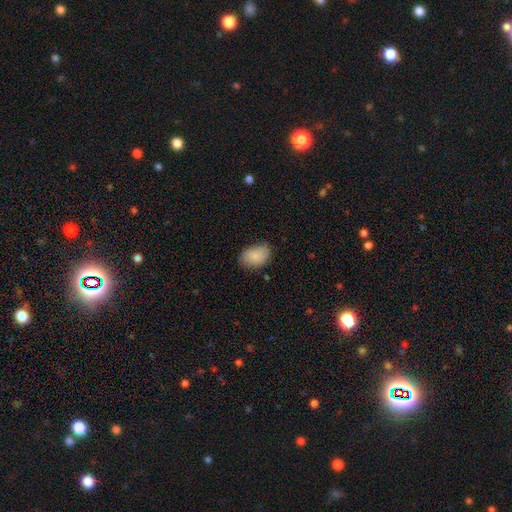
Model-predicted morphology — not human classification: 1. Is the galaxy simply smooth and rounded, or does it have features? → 85% smooth, 9% featured or disk, 7% star or artifact.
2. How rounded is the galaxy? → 86% in between, 12% round, 1% cigar-shaped.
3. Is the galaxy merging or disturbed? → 70% none, 24% minor disturbance, 4% major disturbance, 1% merger.